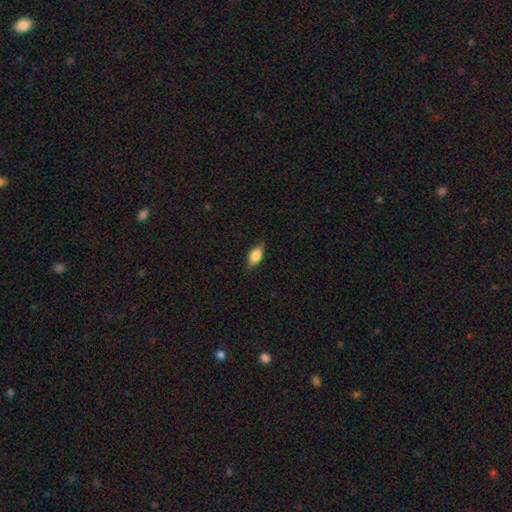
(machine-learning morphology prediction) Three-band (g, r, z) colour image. It shows a smooth galaxy with no disk features (76%) that is in between round and cigar-shaped (83%). Merging: none (81%).